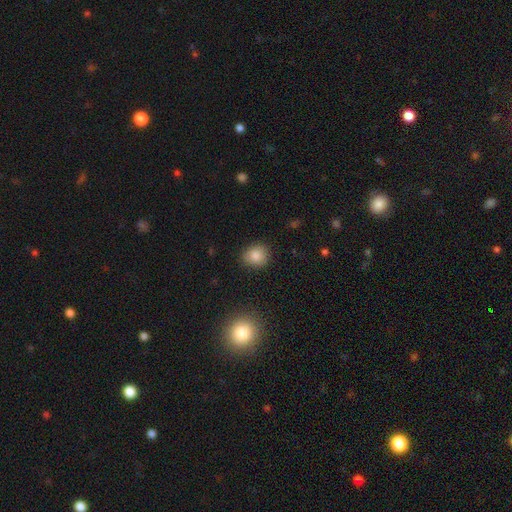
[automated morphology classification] Q: Smooth or featured?
A: smooth (85%); runner-up: star or artifact (10%)
Q: How rounded?
A: round (77%); runner-up: in between (22%)
Q: Merging?
A: none (86%); runner-up: minor disturbance (10%)